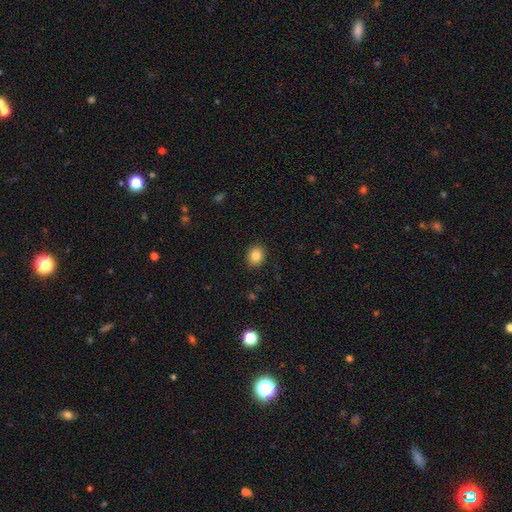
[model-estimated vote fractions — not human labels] The model was most divided on "how rounded": round: 62%, in between: 37%, cigar-shaped: 1%. More confident: merging — none (90%); smooth or featured — smooth (85%).